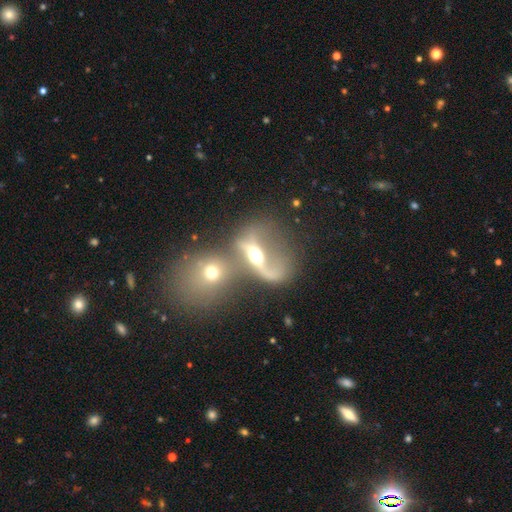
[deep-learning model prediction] smooth_or_featured: featured or disk (p=0.61) [alt: smooth p=0.26]
disk_edge_on: no (p=0.84) [alt: yes p=0.16]
bar: no (p=0.52) [alt: weak p=0.26]
has_spiral_arms: yes (p=0.59) [alt: no p=0.41]
bulge_size: moderate (p=0.55) [alt: large p=0.28]
merging: merger (p=0.64) [alt: none p=0.16]